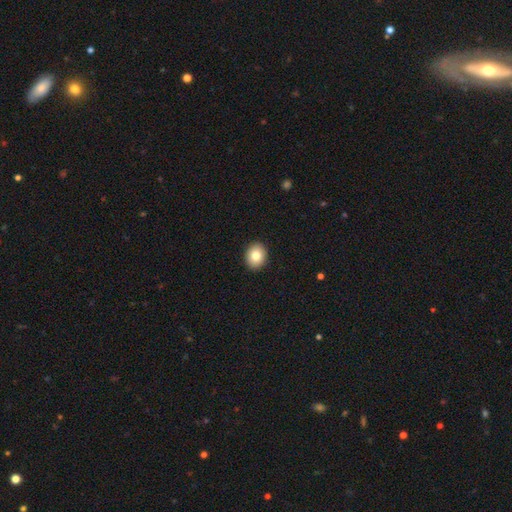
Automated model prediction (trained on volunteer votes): Smooth or featured? Predicted: smooth (p=0.82). How rounded? Predicted: round (p=0.50). Merging? Predicted: none (p=0.92).